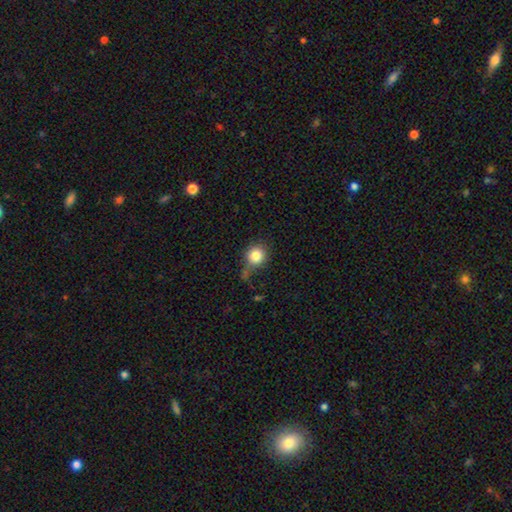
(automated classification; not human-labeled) This is clearly a smooth galaxy (82%). How rounded: clearly round (88%). Merging: possibly none (52%).